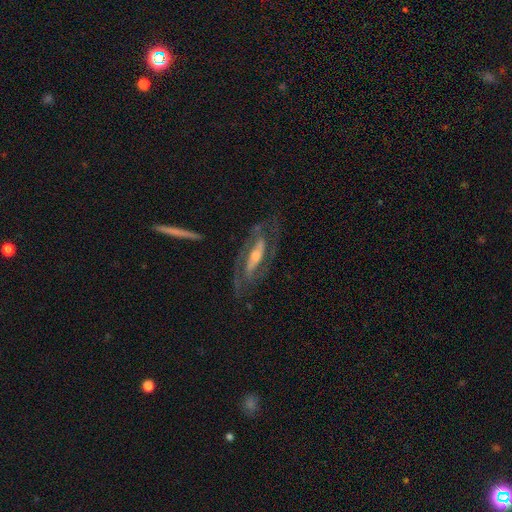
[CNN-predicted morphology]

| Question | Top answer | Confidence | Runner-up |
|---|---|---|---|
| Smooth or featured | featured or disk | 86% | smooth (9%) |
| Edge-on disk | no | 83% | yes (17%) |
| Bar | strong | 45% | weak (28%) |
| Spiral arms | yes | 91% | no (9%) |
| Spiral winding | medium | 47% | tight (35%) |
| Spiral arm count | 2 | 82% | can't tell (9%) |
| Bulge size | moderate | 49% | small (44%) |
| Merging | none | 69% | minor disturbance (16%) |